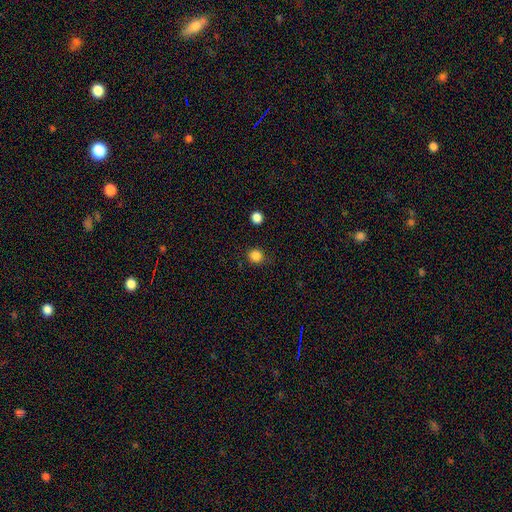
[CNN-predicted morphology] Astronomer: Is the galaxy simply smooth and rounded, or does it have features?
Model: smooth — 85%.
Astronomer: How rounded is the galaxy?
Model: round — 93%.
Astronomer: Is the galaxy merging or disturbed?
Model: none — 86%.